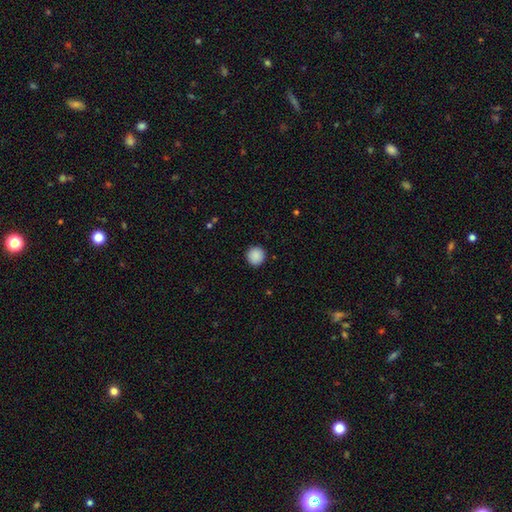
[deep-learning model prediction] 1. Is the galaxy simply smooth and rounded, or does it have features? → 89% smooth, 8% star or artifact, 2% featured or disk.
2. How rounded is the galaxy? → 94% round, 5% in between, 1% cigar-shaped.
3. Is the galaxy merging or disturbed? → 91% none, 6% minor disturbance, 2% major disturbance, 1% merger.